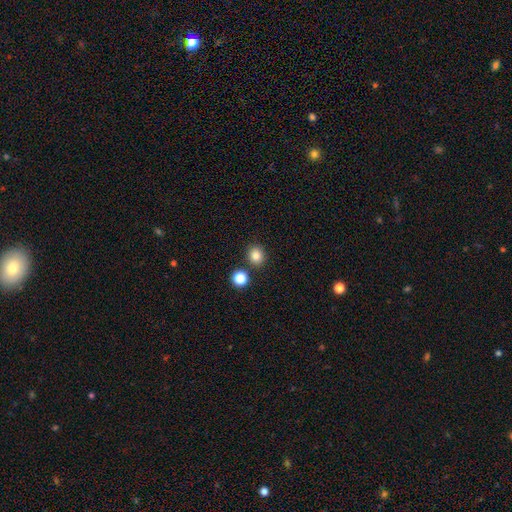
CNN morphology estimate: A smooth galaxy with no disk features (83%) that is round (83%).

Vote fractions:
- Smooth or featured? smooth: 83% / star or artifact: 12% / featured or disk: 5%
- How rounded? round: 83% / in between: 16% / cigar-shaped: 1%
- Merging? none: 84% / minor disturbance: 7% / merger: 7% / major disturbance: 2%